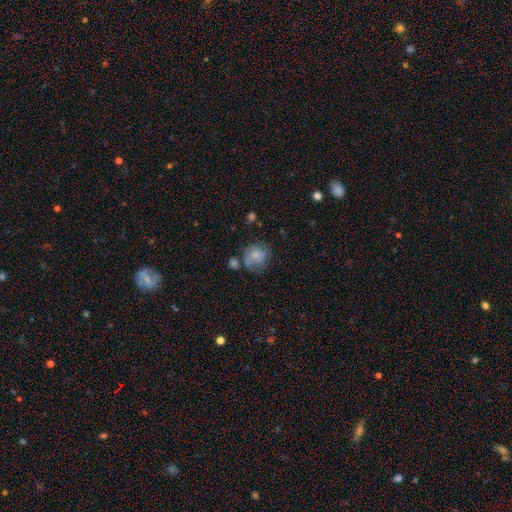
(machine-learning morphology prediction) The model was most divided on "merging": none: 54%, minor disturbance: 23%, merger: 13%, major disturbance: 11%. More confident: how rounded — round (80%); smooth or featured — smooth (73%).